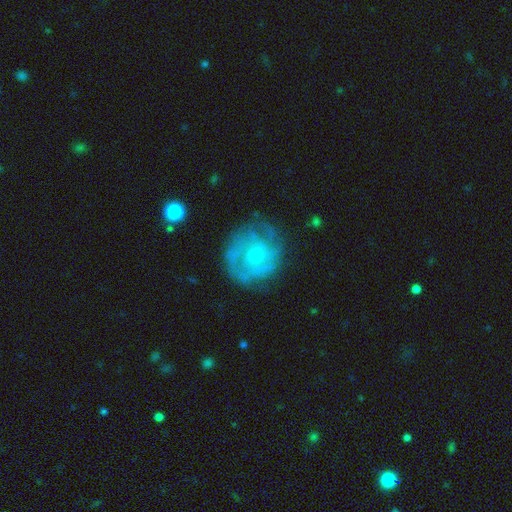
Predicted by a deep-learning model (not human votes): Q: Smooth or featured?
A: featured or disk (75%); runner-up: smooth (18%)
Q: Edge-on disk?
A: no (98%); runner-up: yes (2%)
Q: Bar?
A: no (73%); runner-up: weak (23%)
Q: Spiral arms?
A: yes (84%); runner-up: no (16%)
Q: Spiral winding?
A: tight (60%); runner-up: medium (31%)
Q: Spiral arm count?
A: can't tell (40%); runner-up: 2 (24%)
Q: Bulge size?
A: small (62%); runner-up: moderate (29%)
Q: Merging?
A: none (71%); runner-up: minor disturbance (19%)